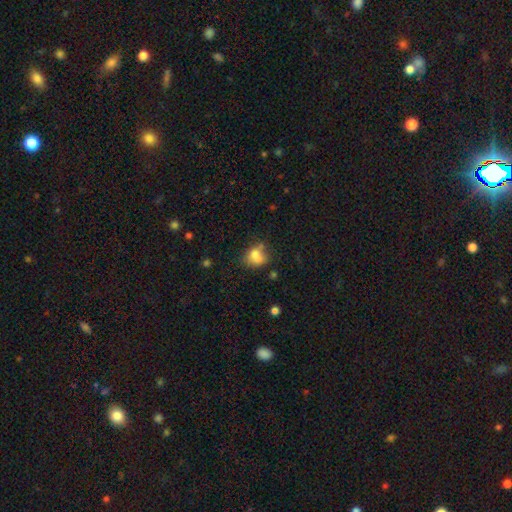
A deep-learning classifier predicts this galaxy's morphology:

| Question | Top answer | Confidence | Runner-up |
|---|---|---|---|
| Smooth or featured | smooth | 66% | featured or disk (21%) |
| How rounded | round | 50% | in between (48%) |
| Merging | none | 37% | merger (36%) |